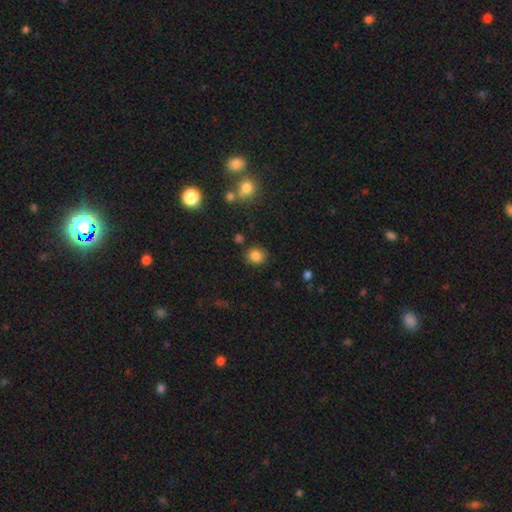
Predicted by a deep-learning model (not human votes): Q: Smooth or featured?
A: smooth (84%); runner-up: star or artifact (11%)
Q: How rounded?
A: round (79%); runner-up: in between (20%)
Q: Merging?
A: none (85%); runner-up: minor disturbance (9%)